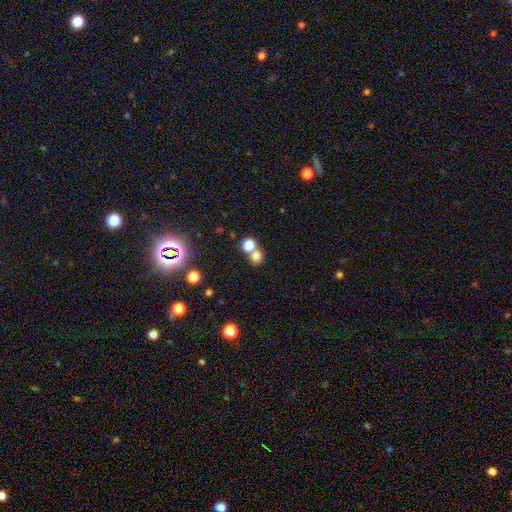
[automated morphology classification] Q: Smooth or featured?
A: smooth (75%); runner-up: star or artifact (16%)
Q: How rounded?
A: round (81%); runner-up: in between (17%)
Q: Merging?
A: none (48%); runner-up: merger (43%)